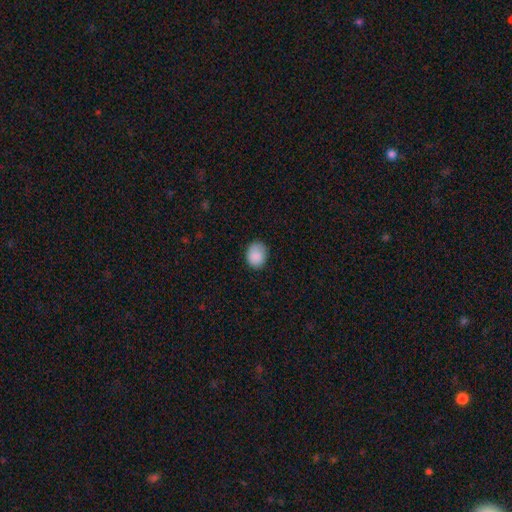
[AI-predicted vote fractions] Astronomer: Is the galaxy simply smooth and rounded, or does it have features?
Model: smooth — 87%.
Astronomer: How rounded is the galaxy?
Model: round — 56% (runner-up: in between, 43%).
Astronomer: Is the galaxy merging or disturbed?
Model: none — 74%.